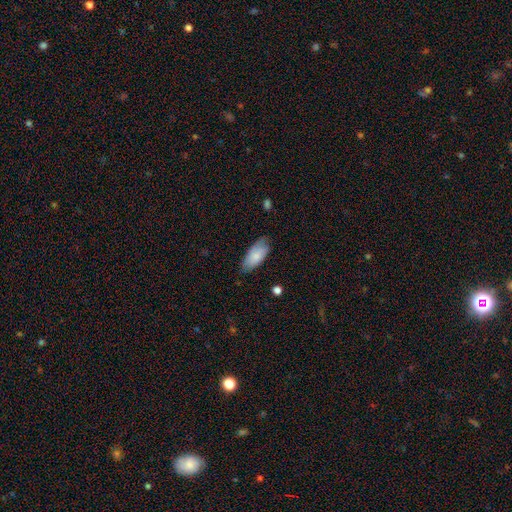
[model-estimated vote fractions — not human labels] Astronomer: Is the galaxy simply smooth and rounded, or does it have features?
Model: smooth — 80%.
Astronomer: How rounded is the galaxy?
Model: in between — 88%.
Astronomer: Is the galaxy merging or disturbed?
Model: none — 69%.